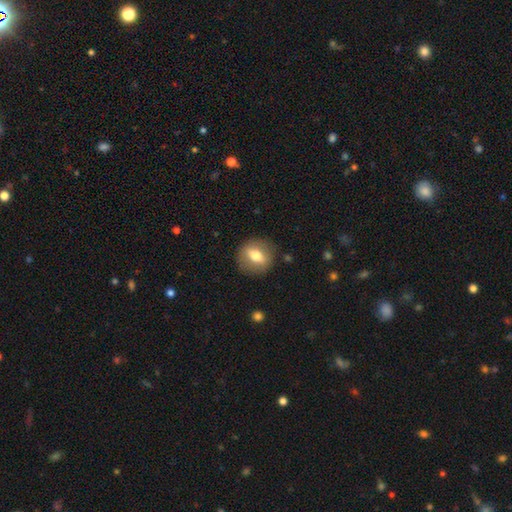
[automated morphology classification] Smooth or featured?
  - smooth: 63% *
  - featured or disk: 29%
  - star or artifact: 8%
How rounded?
  - round: 67% *
  - in between: 31%
  - cigar-shaped: 3%
Merging?
  - none: 86% *
  - minor disturbance: 9%
  - major disturbance: 3%
  - merger: 1%